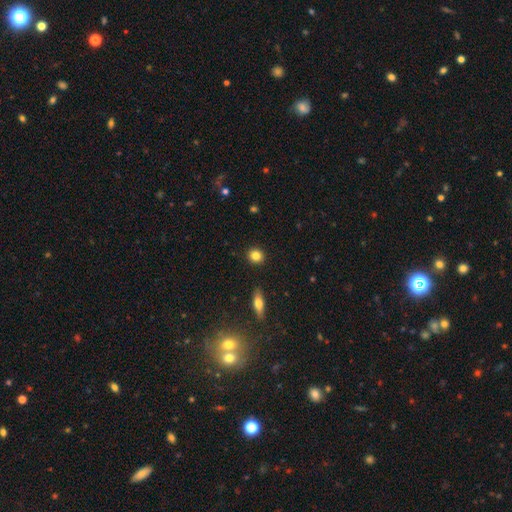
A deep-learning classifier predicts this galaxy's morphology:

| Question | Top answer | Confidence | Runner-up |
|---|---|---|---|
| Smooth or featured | smooth | 83% | star or artifact (9%) |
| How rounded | round | 86% | in between (12%) |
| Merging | none | 92% | minor disturbance (5%) |